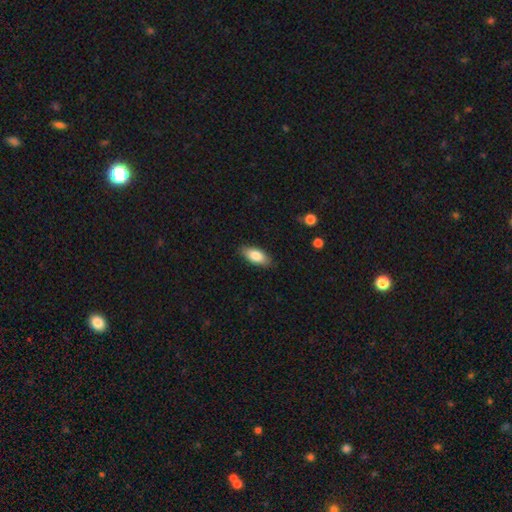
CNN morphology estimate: This is clearly a smooth galaxy (82%). How rounded: clearly in between (86%). Merging: clearly none (86%).